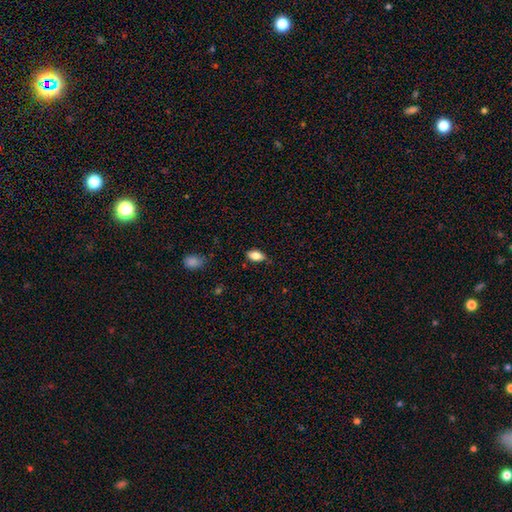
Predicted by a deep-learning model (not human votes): This is clearly a smooth galaxy (84%). How rounded: clearly in between (91%). Merging: likely none (77%).